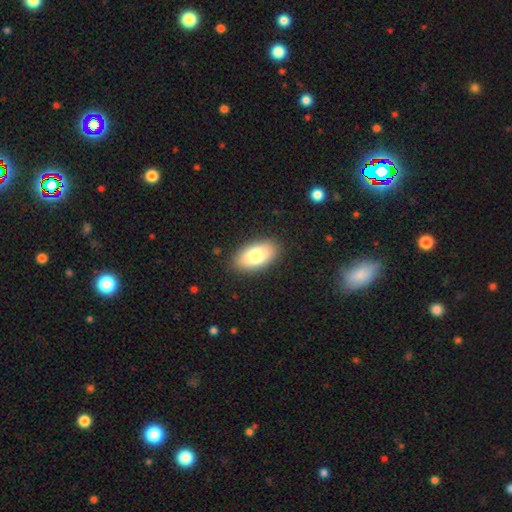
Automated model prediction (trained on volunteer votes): smooth_or_featured: smooth (p=0.79) [alt: featured or disk p=0.13]
how_rounded: in between (p=0.94) [alt: round p=0.04]
merging: none (p=0.87) [alt: minor disturbance p=0.09]